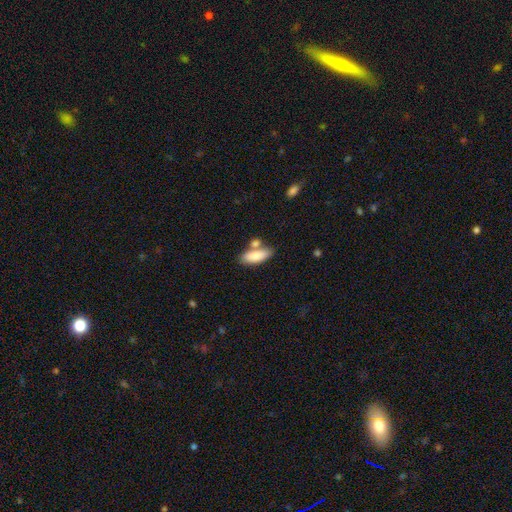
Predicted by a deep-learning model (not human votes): smooth_or_featured: smooth (p=0.82) [alt: featured or disk p=0.12]
how_rounded: in between (p=0.77) [alt: cigar-shaped p=0.20]
merging: none (p=0.60) [alt: merger p=0.23]